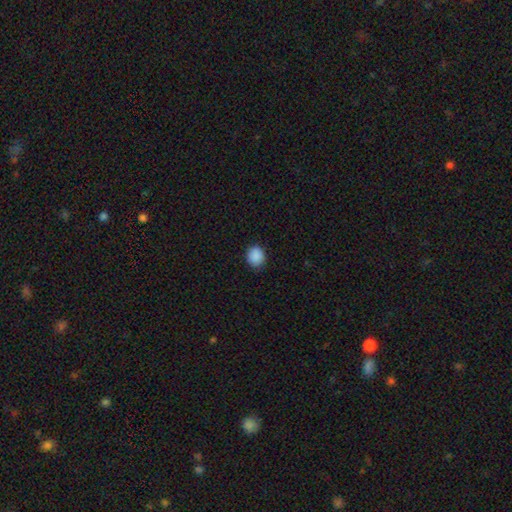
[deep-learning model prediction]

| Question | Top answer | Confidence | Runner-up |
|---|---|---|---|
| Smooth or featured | smooth | 89% | star or artifact (8%) |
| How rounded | round | 76% | in between (23%) |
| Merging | none | 89% | minor disturbance (8%) |